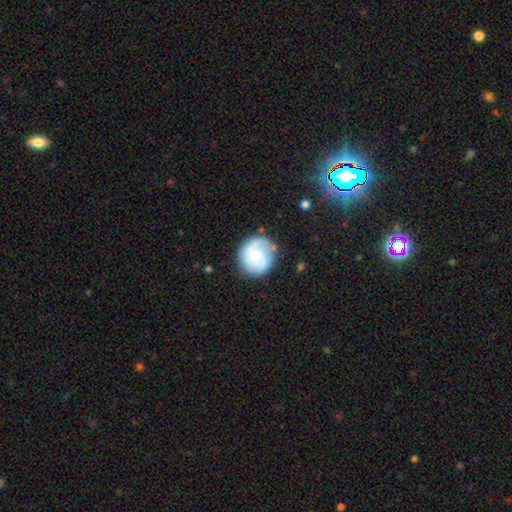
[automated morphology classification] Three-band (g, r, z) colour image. It shows a featured or disk galaxy (66%) with no bar (50%), 2 (68%) medium (44%) spiral arms (92%) and a small central bulge (51%). Merging: none (75%).